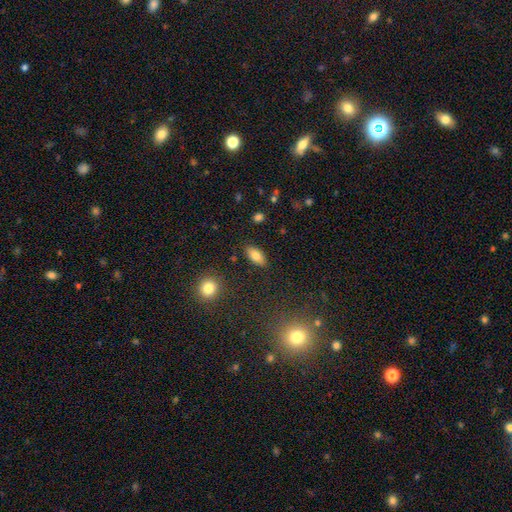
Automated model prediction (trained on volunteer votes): Smooth or featured? smooth (81%)
How rounded? in between (90%)
Merging? none (87%)